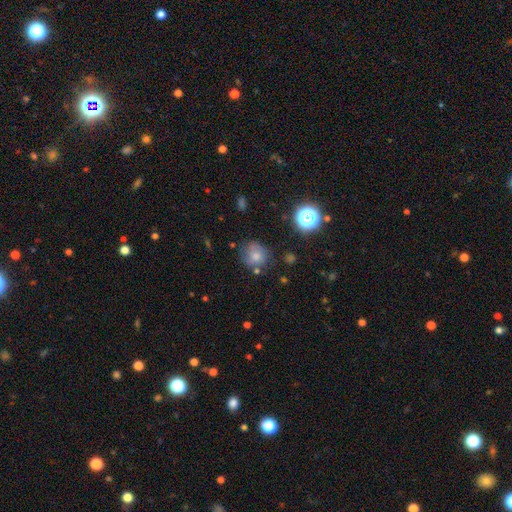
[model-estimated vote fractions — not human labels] Q: Smooth or featured?
A: smooth (70%); runner-up: featured or disk (16%)
Q: How rounded?
A: round (83%); runner-up: in between (16%)
Q: Merging?
A: none (67%); runner-up: minor disturbance (21%)